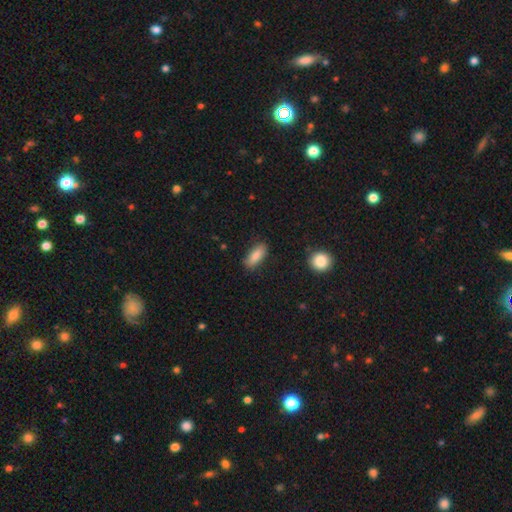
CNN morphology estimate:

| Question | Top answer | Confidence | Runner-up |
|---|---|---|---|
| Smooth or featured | smooth | 86% | featured or disk (7%) |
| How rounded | in between | 77% | cigar-shaped (20%) |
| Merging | none | 83% | minor disturbance (13%) |